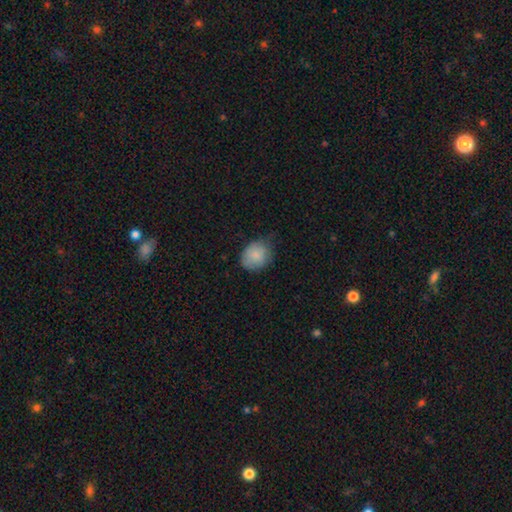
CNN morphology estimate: Overall: smooth (85%). How rounded: round (59%; in between 40%). Merging: none (61%; minor disturbance 32%).